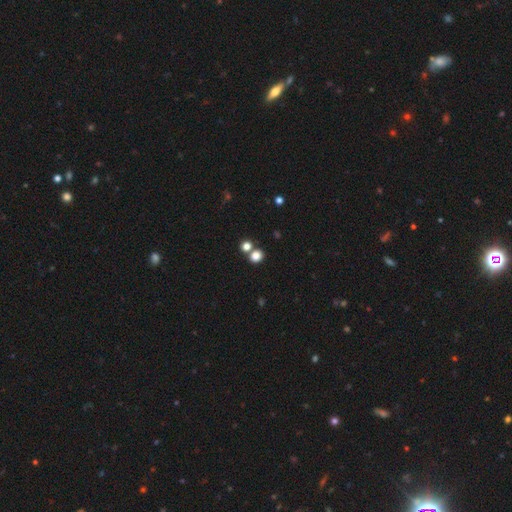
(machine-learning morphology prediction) type=smooth (80%); roundness=round (78%); merging=none (64%).